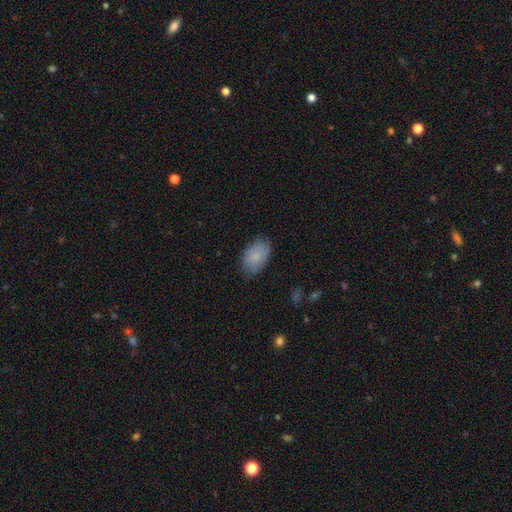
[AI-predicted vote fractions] Overall: smooth (84%). How rounded: in between (92%). Merging: none (79%).